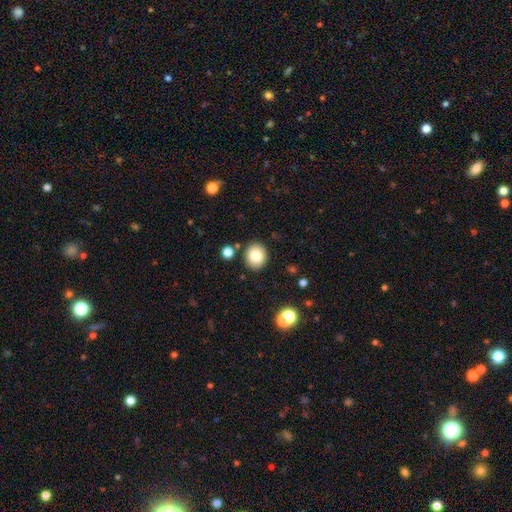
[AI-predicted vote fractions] A smooth galaxy with no disk features (82%) that is round (73%). Merging: none (87%).